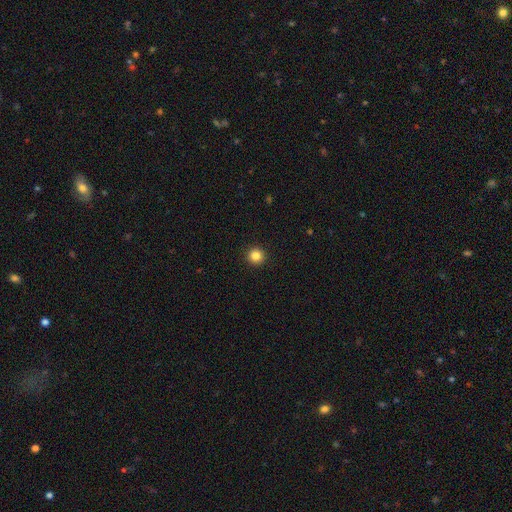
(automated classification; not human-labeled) This appears to be a smooth galaxy with no disk features (84%) that is round (96%). Merging: none (93%).